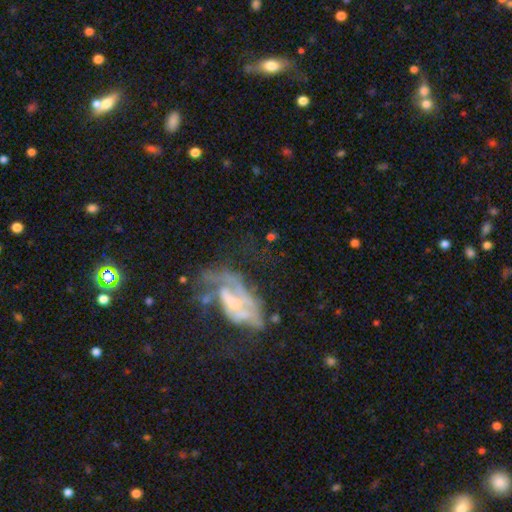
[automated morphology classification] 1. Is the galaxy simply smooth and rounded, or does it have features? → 65% featured or disk, 18% star or artifact, 17% smooth.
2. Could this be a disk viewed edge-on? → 91% no, 9% yes.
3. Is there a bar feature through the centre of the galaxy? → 57% no, 31% weak, 12% strong.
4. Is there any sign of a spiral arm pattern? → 68% yes, 32% no.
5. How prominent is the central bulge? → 51% small, 29% moderate, 14% none, 4% large, 2% dominant.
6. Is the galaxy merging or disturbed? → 42% none, 31% major disturbance, 20% minor disturbance, 7% merger.